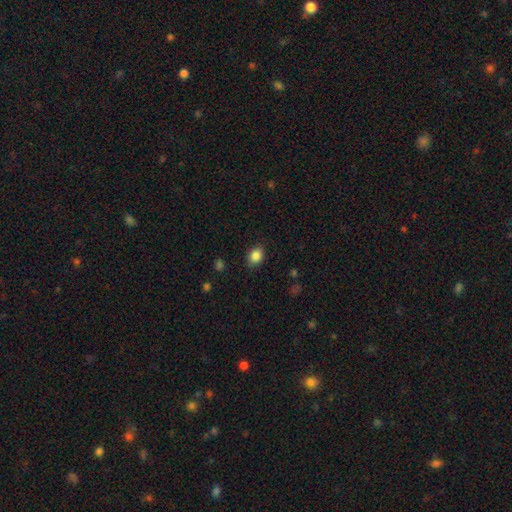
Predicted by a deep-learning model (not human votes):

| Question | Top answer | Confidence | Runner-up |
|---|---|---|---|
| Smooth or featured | smooth | 86% | star or artifact (9%) |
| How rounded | in between | 57% | round (42%) |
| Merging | none | 84% | minor disturbance (12%) |